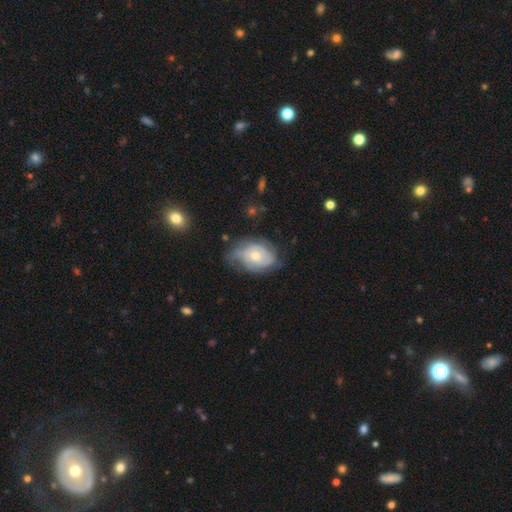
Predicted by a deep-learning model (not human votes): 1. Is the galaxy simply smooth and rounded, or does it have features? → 62% featured or disk, 32% smooth, 7% star or artifact.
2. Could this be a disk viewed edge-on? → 96% no, 4% yes.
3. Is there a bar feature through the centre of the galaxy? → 81% no, 16% weak, 3% strong.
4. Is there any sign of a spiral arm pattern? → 78% yes, 22% no.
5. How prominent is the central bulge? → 52% small, 43% moderate, 2% large, 1% none, 1% dominant.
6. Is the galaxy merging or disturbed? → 50% none, 32% minor disturbance, 16% major disturbance, 2% merger.